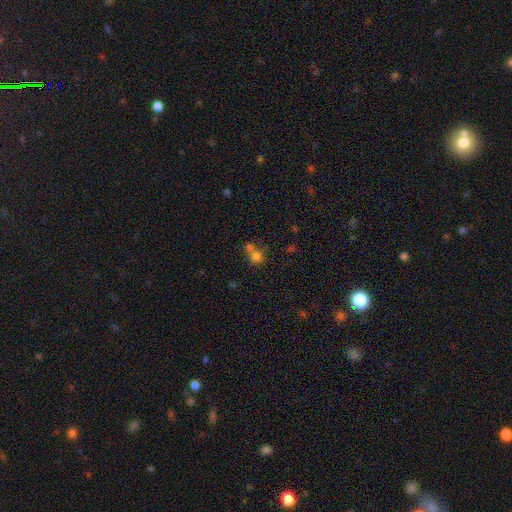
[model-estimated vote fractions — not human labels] Morphology: type=smooth (75%); roundness=round (83%); merging=merger (44%, tied with none).